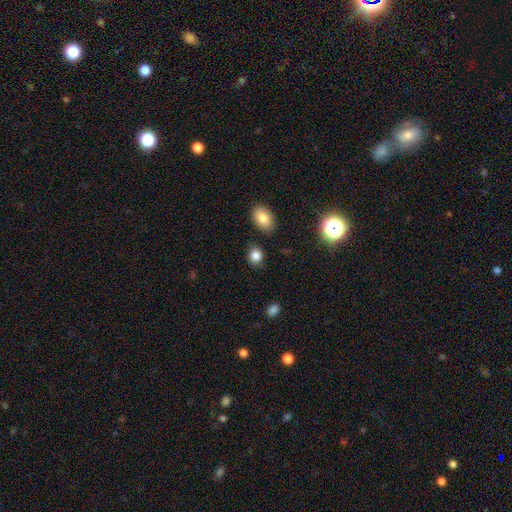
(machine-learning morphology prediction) A smooth galaxy with no disk features (82%) that is round (60%).

Vote fractions:
- Smooth or featured? smooth: 82% / star or artifact: 12% / featured or disk: 5%
- How rounded? round: 60% / in between: 39% / cigar-shaped: 1%
- Merging? none: 82% / minor disturbance: 12% / merger: 3% / major disturbance: 3%